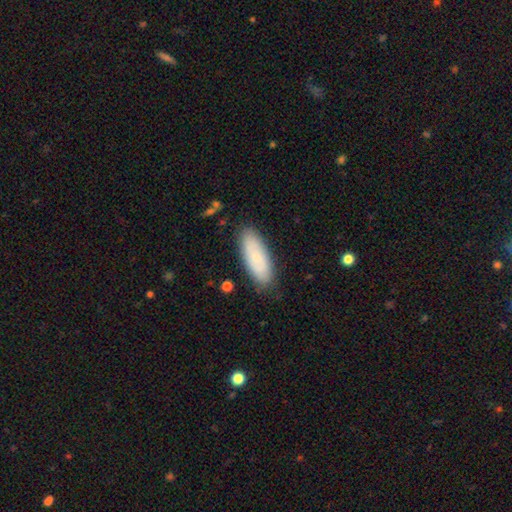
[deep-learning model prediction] Smooth or featured? Predicted: smooth (p=0.73). How rounded? Predicted: in between (p=0.73). Merging? Predicted: none (p=0.84).